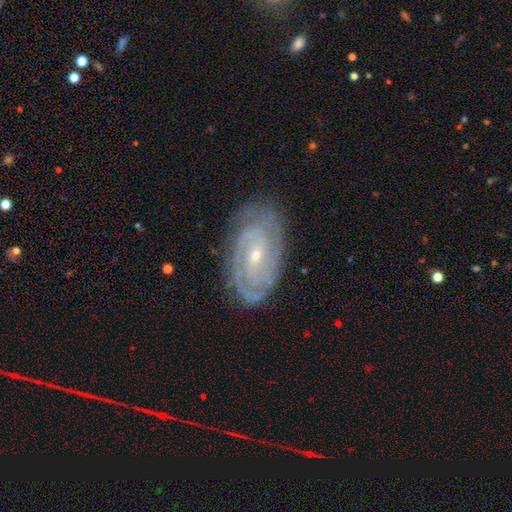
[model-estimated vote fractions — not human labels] Smooth or featured?
  - featured or disk: 87% *
  - smooth: 7%
  - star or artifact: 6%
Edge-on disk?
  - no: 95% *
  - yes: 5%
Bar?
  - no: 46% *
  - weak: 40%
  - strong: 14%
Spiral arms?
  - yes: 97% *
  - no: 3%
Spiral winding?
  - tight: 73% *
  - medium: 23%
  - loose: 4%
Spiral arm count?
  - 2: 38% *
  - can't tell: 22%
  - 3: 20%
  - 4: 10%
  - more than 4: 5%
  - 1: 5%
Bulge size?
  - small: 68% *
  - moderate: 29%
  - none: 1%
  - large: 1%
  - dominant: 1%
Merging?
  - none: 81% *
  - minor disturbance: 14%
  - major disturbance: 3%
  - merger: 1%